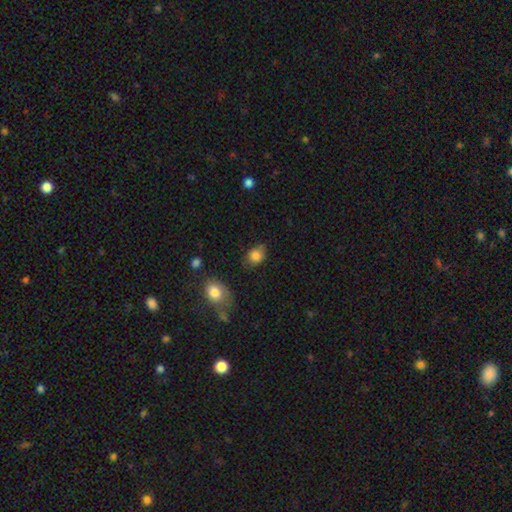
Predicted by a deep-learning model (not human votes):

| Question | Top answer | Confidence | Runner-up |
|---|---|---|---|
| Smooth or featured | smooth | 83% | star or artifact (9%) |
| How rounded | in between | 59% | round (40%) |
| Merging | none | 63% | minor disturbance (27%) |